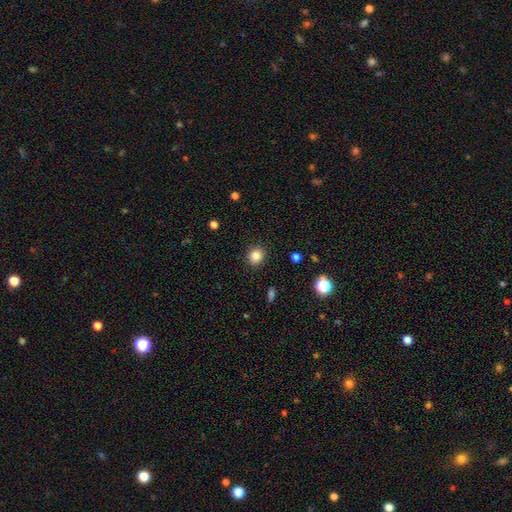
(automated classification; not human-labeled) Smooth or featured? Predicted: smooth (p=0.84). How rounded? Predicted: round (p=0.81). Merging? Predicted: none (p=0.90).